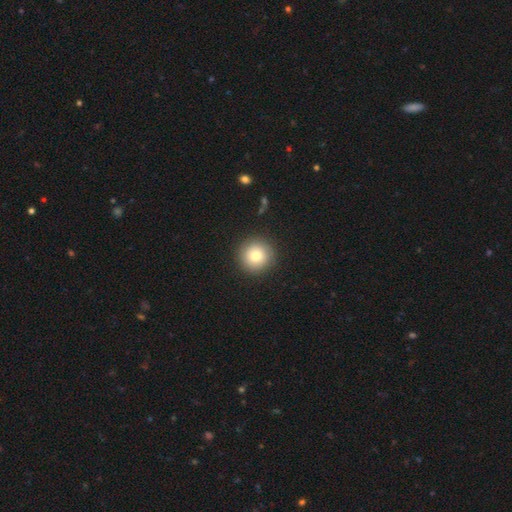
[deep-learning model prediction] Smooth or featured: smooth — 79% (featured or disk — 12%)
How rounded: round — 95% (in between — 4%)
Merging: none — 90% (minor disturbance — 7%)